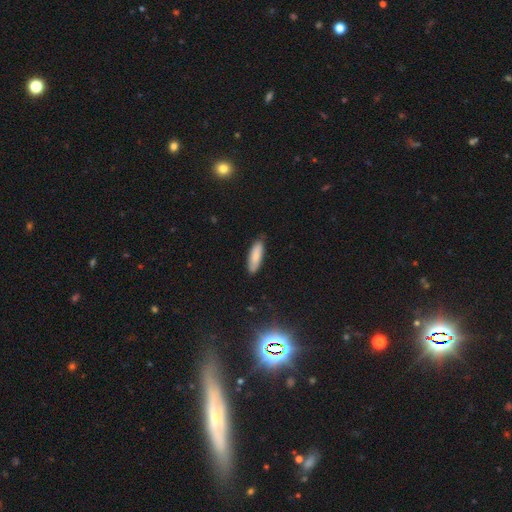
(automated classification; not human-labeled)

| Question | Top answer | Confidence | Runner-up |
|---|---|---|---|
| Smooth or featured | smooth | 84% | featured or disk (10%) |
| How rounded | cigar-shaped | 51% | in between (47%) |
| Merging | none | 80% | minor disturbance (16%) |